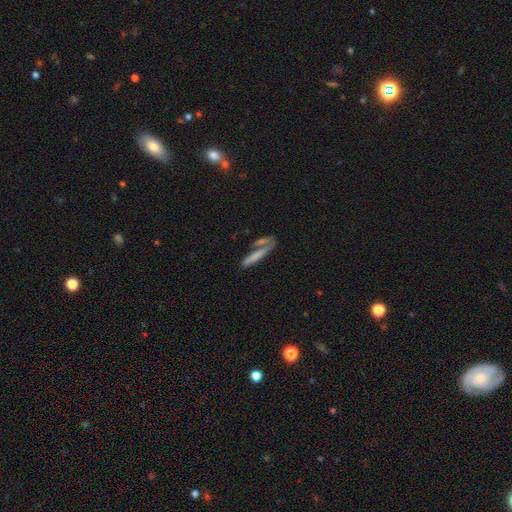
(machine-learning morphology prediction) smooth 68%, featured or disk 23%, star or artifact 9%. Down the decision tree: how rounded — cigar-shaped (85%); merging — none (52%).